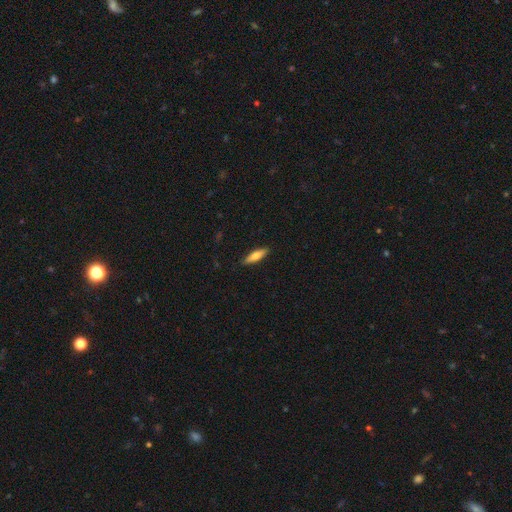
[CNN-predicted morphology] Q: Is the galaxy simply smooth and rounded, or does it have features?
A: smooth — 66%.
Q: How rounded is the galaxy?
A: cigar-shaped — 64%.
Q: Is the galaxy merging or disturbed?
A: none — 89%.